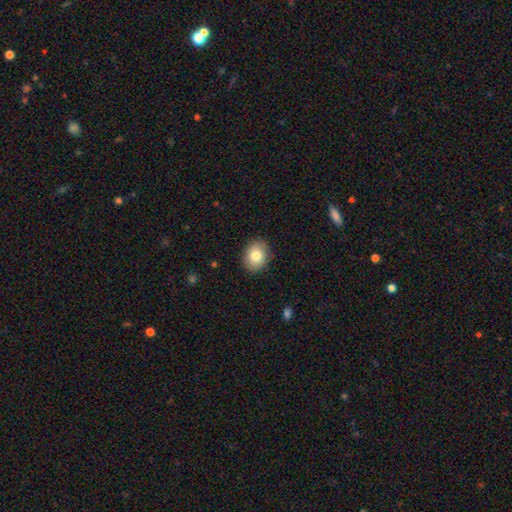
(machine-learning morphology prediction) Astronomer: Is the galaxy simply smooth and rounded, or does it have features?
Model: smooth — 81%.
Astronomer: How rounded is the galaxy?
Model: in between — 51% (runner-up: round, 48%).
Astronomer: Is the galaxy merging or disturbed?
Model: none — 88%.